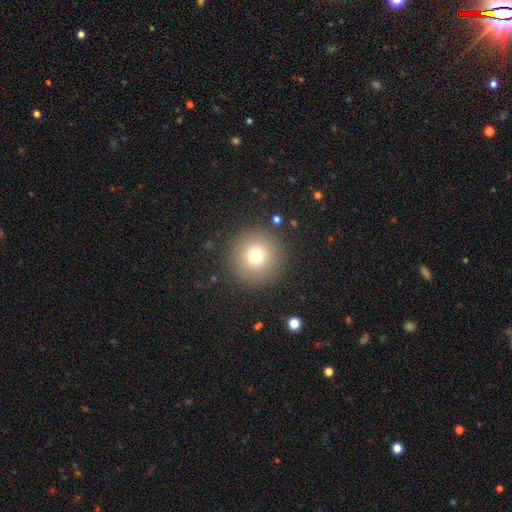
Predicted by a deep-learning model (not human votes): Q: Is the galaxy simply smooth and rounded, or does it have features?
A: smooth — 75%.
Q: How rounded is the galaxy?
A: round — 96%.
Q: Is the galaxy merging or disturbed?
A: none — 90%.